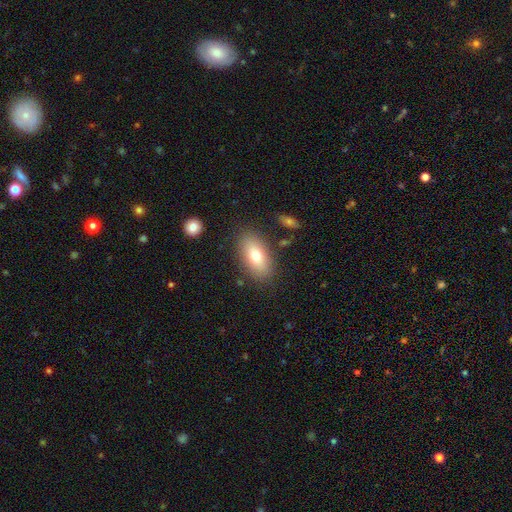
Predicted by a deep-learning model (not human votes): Smooth or featured: smooth — 73% (featured or disk — 19%)
How rounded: in between — 89% (cigar-shaped — 7%)
Merging: none — 83% (minor disturbance — 11%)